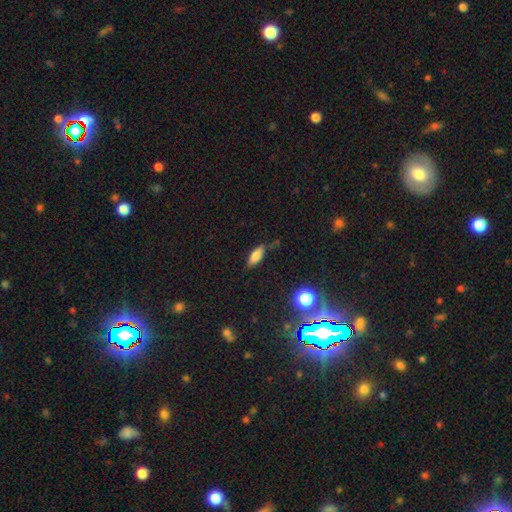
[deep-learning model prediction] smooth 77%, featured or disk 12%, star or artifact 11%. Down the decision tree: how rounded — in between (76%); merging — none (66%).